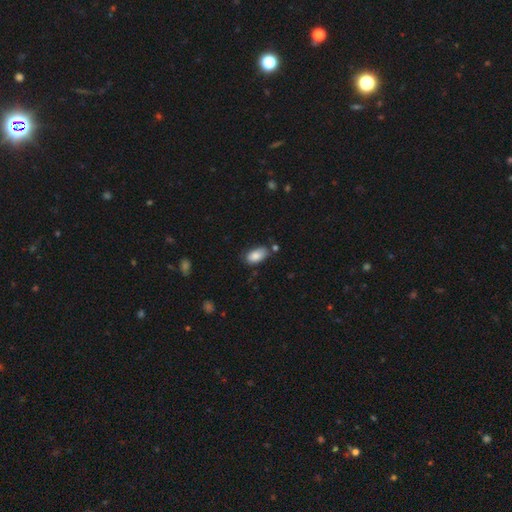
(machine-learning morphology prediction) Smooth or featured? Predicted: smooth (p=0.86). How rounded? Predicted: in between (p=0.93). Merging? Predicted: none (p=0.65).